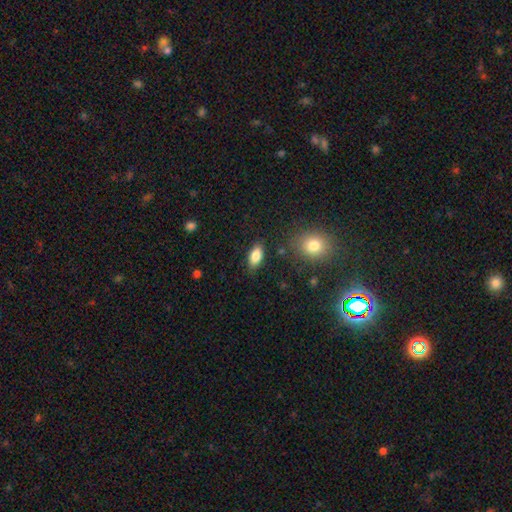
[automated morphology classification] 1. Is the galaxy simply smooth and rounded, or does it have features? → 84% smooth, 9% featured or disk, 8% star or artifact.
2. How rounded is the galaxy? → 89% in between, 7% cigar-shaped, 4% round.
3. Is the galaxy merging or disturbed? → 84% none, 11% minor disturbance, 3% major disturbance, 2% merger.